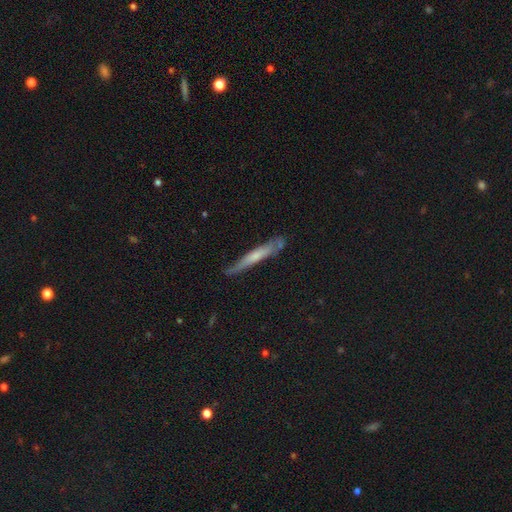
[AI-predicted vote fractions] smooth_or_featured: smooth (p=0.49) [alt: featured or disk p=0.45]
merging: none (p=0.67) [alt: minor disturbance p=0.23]